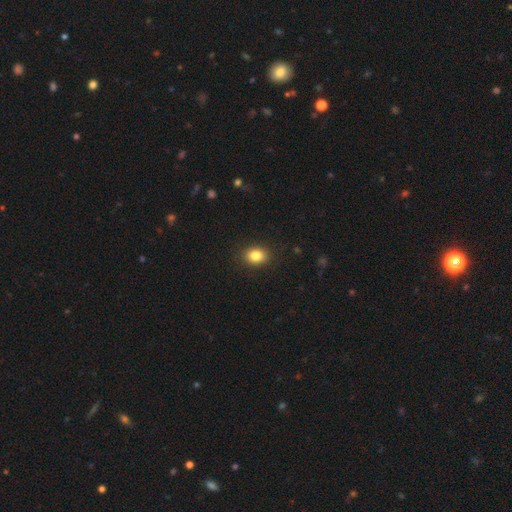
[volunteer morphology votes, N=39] A smooth galaxy with no disk features (87%) that is in between round and cigar-shaped (56%). Merging: none (92%).